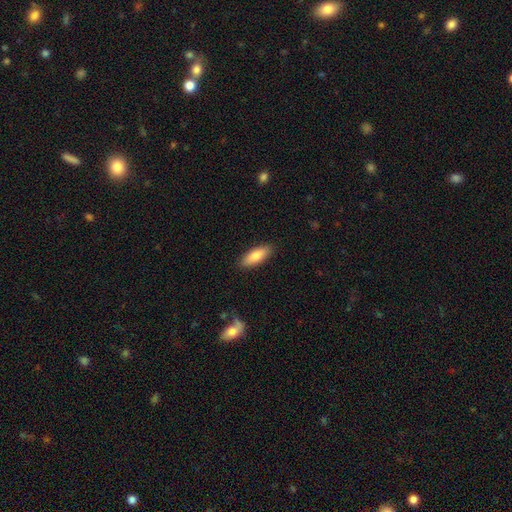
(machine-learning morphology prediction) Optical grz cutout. It shows a smooth galaxy with no disk features (82%) that is in between round and cigar-shaped (68%). Merging: none (88%).